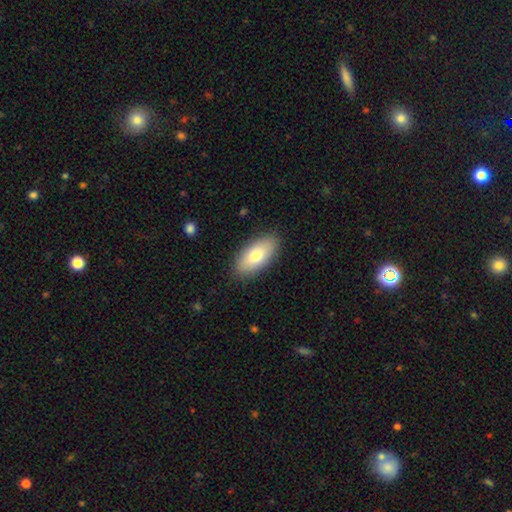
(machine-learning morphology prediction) A smooth galaxy with no disk features (74%) that is in between round and cigar-shaped (90%).

Vote fractions:
- Smooth or featured? smooth: 74% / featured or disk: 19% / star or artifact: 6%
- How rounded? in between: 90% / cigar-shaped: 7% / round: 3%
- Merging? none: 87% / minor disturbance: 9% / major disturbance: 2% / merger: 1%